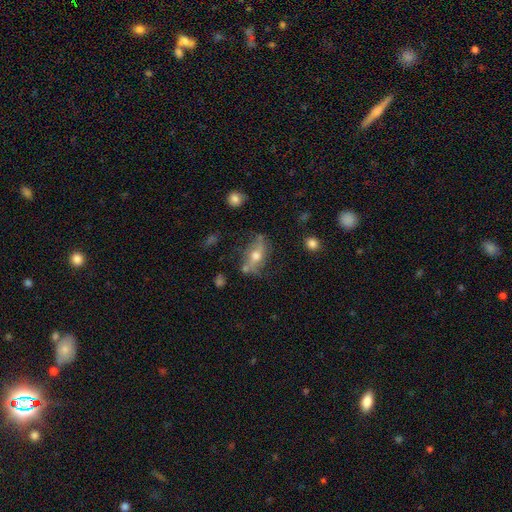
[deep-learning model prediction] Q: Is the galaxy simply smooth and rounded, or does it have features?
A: featured or disk — 50%.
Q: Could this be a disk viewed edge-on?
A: no — 72%.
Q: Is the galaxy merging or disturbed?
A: none — 58%.